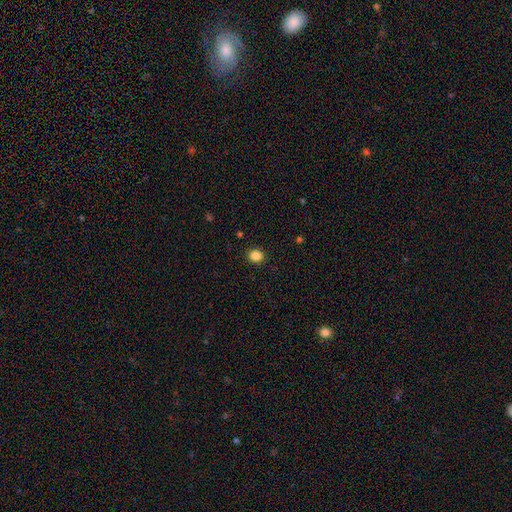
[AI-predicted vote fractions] Morphology: type=smooth (86%); roundness=round (74%); merging=none (92%).